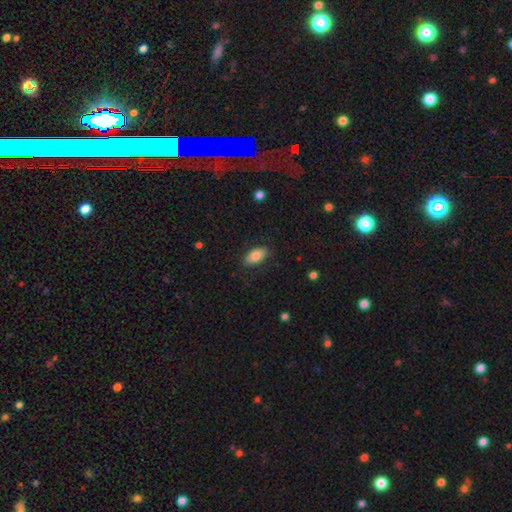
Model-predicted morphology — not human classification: The model was most divided on "smooth or featured": smooth: 76%, featured or disk: 17%, star or artifact: 7%. More confident: how rounded — in between (93%); merging — none (83%).